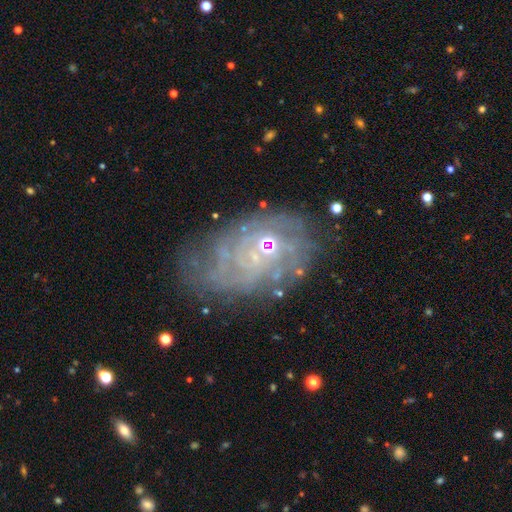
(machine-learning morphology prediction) Smooth or featured?
  - featured or disk: 74% *
  - smooth: 15%
  - star or artifact: 12%
Edge-on disk?
  - no: 95% *
  - yes: 5%
Bar?
  - no: 72% *
  - weak: 23%
  - strong: 5%
Spiral arms?
  - yes: 75% *
  - no: 25%
Spiral winding?
  - tight: 62% *
  - medium: 26%
  - loose: 12%
Spiral arm count?
  - can't tell: 59% *
  - 2: 11%
  - 3: 9%
  - 4: 9%
  - more than 4: 8%
  - 1: 5%
Bulge size?
  - moderate: 50% *
  - small: 42%
  - large: 4%
  - none: 3%
  - dominant: 1%
Merging?
  - none: 61% *
  - minor disturbance: 22%
  - major disturbance: 14%
  - merger: 3%